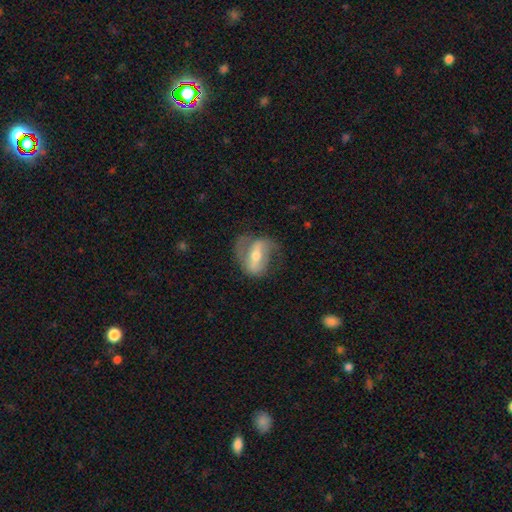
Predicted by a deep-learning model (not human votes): A featured or disk galaxy (71%) with a strong bar (55%), spiral arms (74%) and a moderate central bulge (63%). Merging: none (55%).